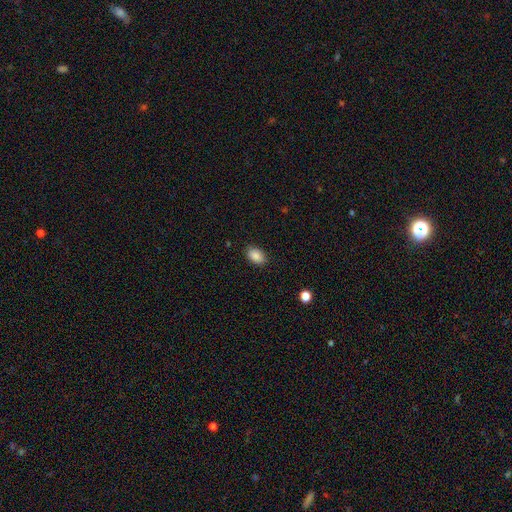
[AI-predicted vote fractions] smooth 88%, star or artifact 8%, featured or disk 4%. Down the decision tree: how rounded — in between (88%); merging — none (88%).